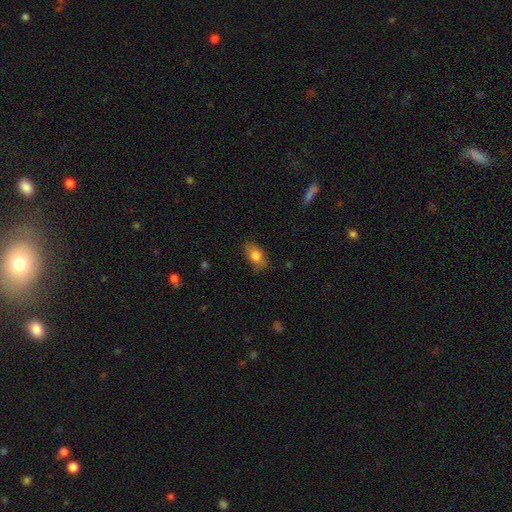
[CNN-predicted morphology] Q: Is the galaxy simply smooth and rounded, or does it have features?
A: smooth — 79%.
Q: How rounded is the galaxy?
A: in between — 87%.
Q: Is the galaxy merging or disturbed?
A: none — 72%.